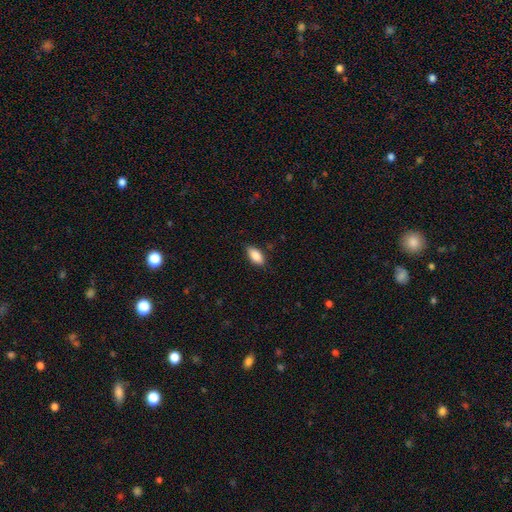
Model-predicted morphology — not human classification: Smooth or featured? smooth (87%)
How rounded? in between (90%)
Merging? none (83%)